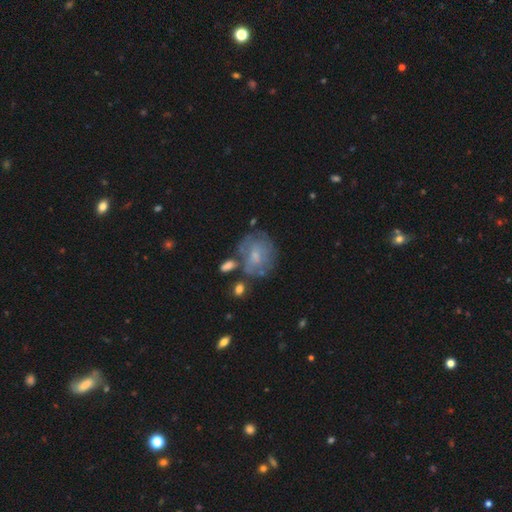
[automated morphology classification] Smooth or featured? featured or disk (49%)
Merging? none (54%)